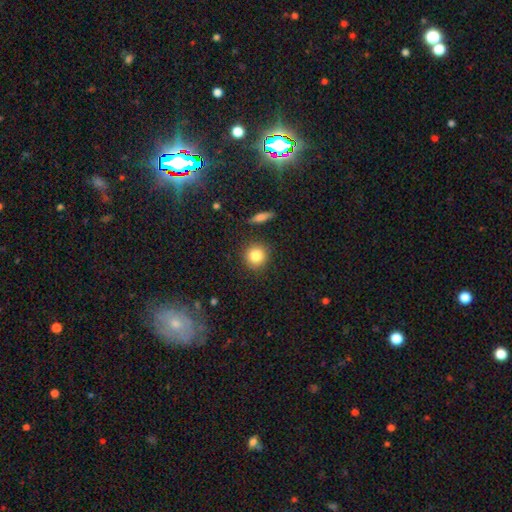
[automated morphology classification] Q: Smooth or featured?
A: smooth (83%); runner-up: star or artifact (10%)
Q: How rounded?
A: round (91%); runner-up: in between (8%)
Q: Merging?
A: none (88%); runner-up: minor disturbance (8%)